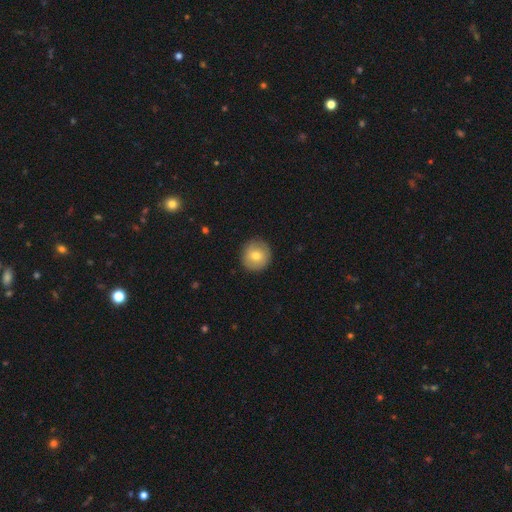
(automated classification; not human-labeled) smooth 74%, featured or disk 17%, star or artifact 8%. Down the decision tree: how rounded — round (95%); merging — none (90%).